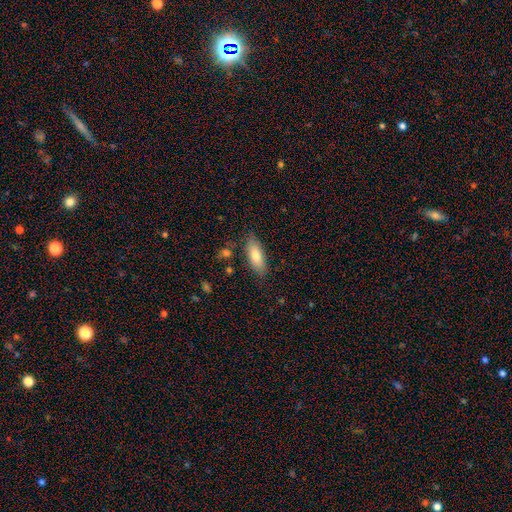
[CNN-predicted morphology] Q: Smooth or featured?
A: smooth (75%); runner-up: featured or disk (19%)
Q: How rounded?
A: in between (71%); runner-up: cigar-shaped (27%)
Q: Merging?
A: none (80%); runner-up: minor disturbance (14%)